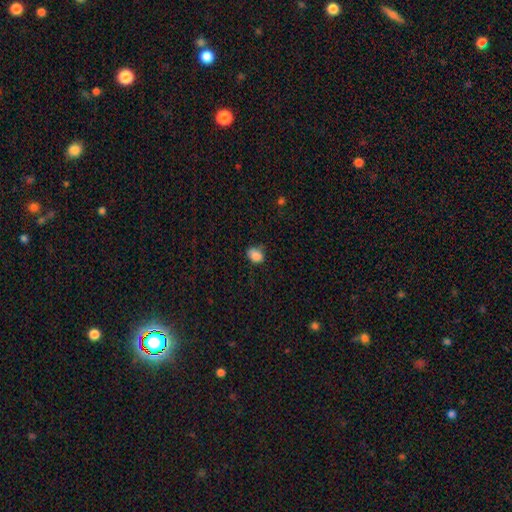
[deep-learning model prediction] The model was most divided on "merging": none: 57%, minor disturbance: 33%, major disturbance: 8%, merger: 3%. More confident: smooth or featured — smooth (85%); how rounded — in between (69%).